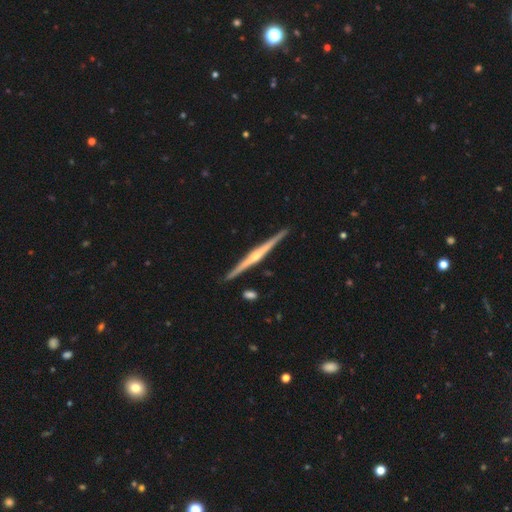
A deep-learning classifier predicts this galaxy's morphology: Smooth or featured? featured or disk (81%)
Edge-on disk? yes (99%)
Edge-on bulge? rounded (72%)
Merging? none (91%)